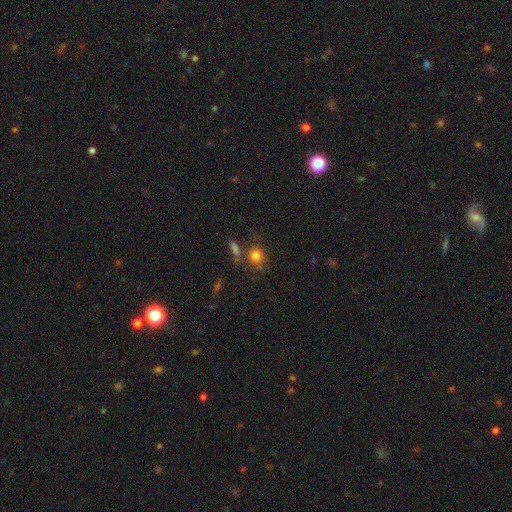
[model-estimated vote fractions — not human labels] This appears to be a smooth galaxy with no disk features (80%) that is round (77%). Merging: none (67%).